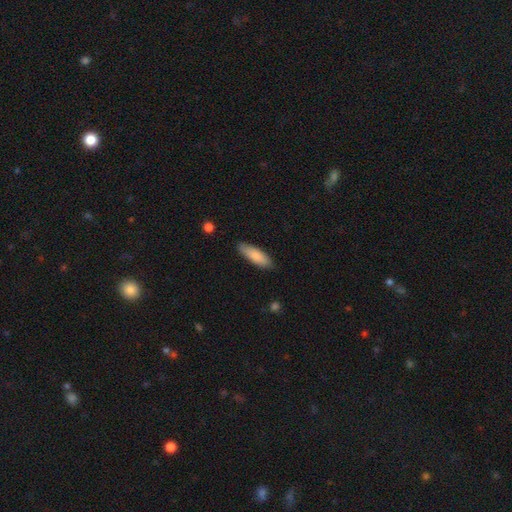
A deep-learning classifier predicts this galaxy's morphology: smooth-or-featured: smooth: 83% | featured or disk: 11% | star or artifact: 5%
  how-rounded: in between: 52% | cigar-shaped: 47% | round: 2%
  merging: none: 86% | minor disturbance: 11% | major disturbance: 2% | merger: 1%